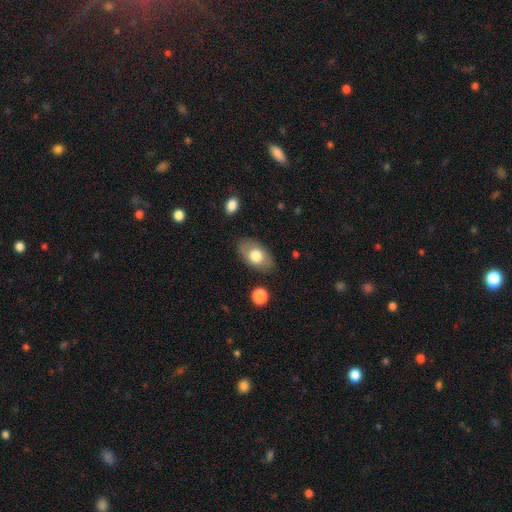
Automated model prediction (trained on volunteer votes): smooth 70%, featured or disk 24%, star or artifact 7%. Down the decision tree: how rounded — in between (91%); merging — none (82%).